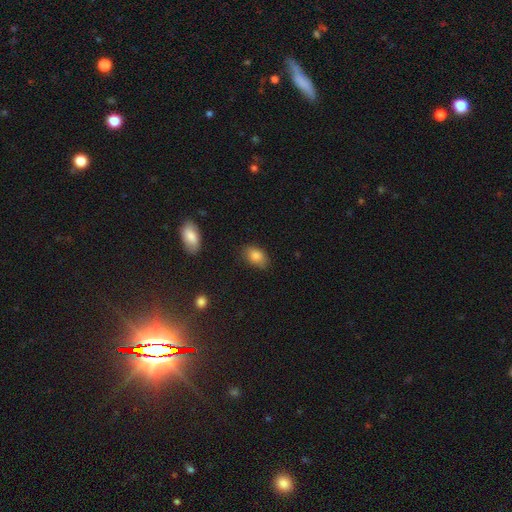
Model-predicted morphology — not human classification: Smooth or featured? smooth (84%)
How rounded? in between (87%)
Merging? none (78%)